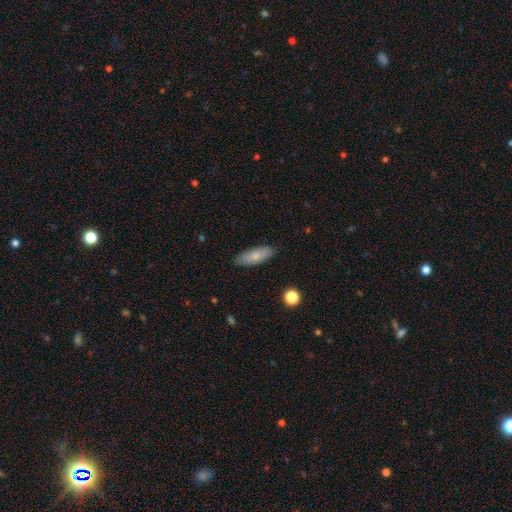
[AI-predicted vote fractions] Smooth or featured?
  - smooth: 80% *
  - featured or disk: 14%
  - star or artifact: 6%
How rounded?
  - in between: 60% *
  - cigar-shaped: 38%
  - round: 2%
Merging?
  - none: 87% *
  - minor disturbance: 10%
  - major disturbance: 2%
  - merger: 1%